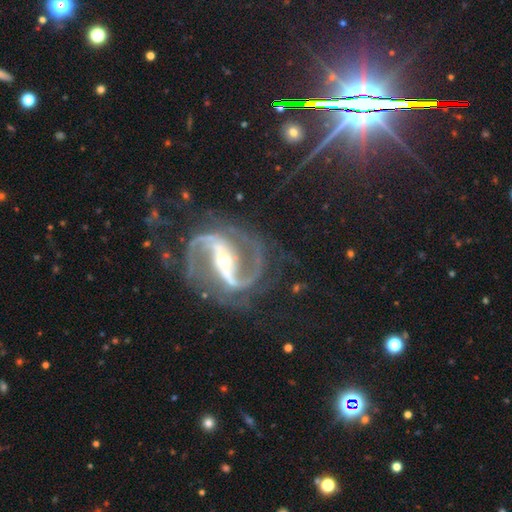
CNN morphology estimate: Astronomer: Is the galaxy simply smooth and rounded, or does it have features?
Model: featured or disk — 89%.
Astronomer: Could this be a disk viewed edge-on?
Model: no — 95%.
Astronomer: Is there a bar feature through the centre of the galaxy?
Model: strong — 77%.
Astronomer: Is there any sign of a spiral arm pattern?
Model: yes — 98%.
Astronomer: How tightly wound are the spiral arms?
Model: medium — 55%.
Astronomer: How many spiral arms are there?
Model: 2 — 92%.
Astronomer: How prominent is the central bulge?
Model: small — 51% (runner-up: moderate, 44%).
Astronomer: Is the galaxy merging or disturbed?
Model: none — 77%.